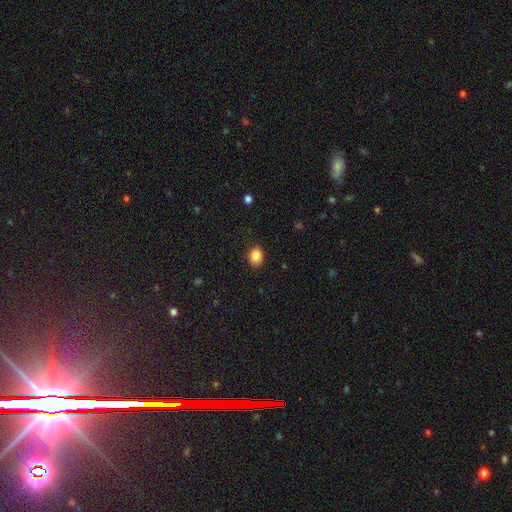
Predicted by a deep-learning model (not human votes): Overall: smooth (87%). How rounded: in between (60%; round 39%). Merging: none (86%).